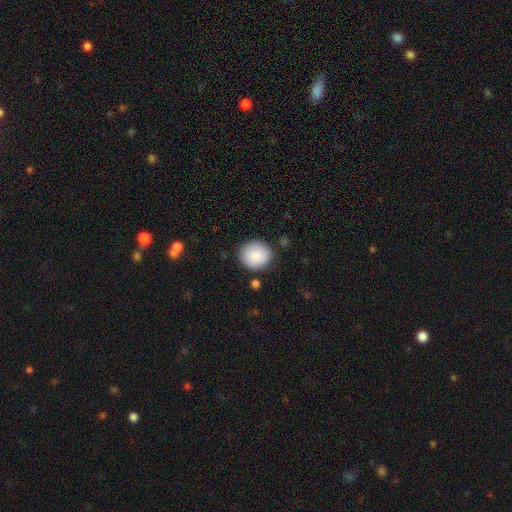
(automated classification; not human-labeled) Morphology: type=smooth (85%); roundness=round (87%); merging=none (85%).